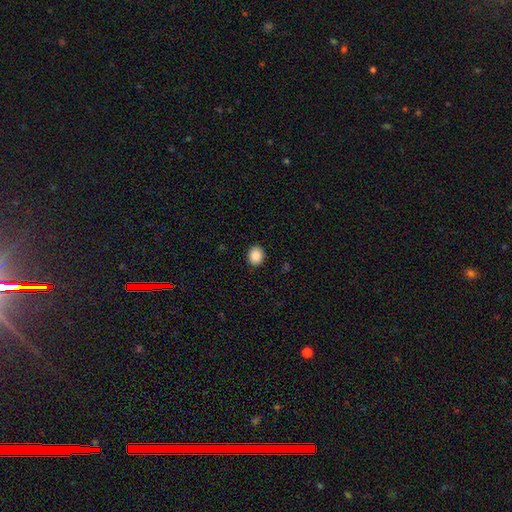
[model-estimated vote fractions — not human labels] smooth-or-featured: smooth: 89% | star or artifact: 8% | featured or disk: 3%
  how-rounded: round: 64% | in between: 35% | cigar-shaped: 1%
  merging: none: 91% | minor disturbance: 7% | major disturbance: 2% | merger: 1%